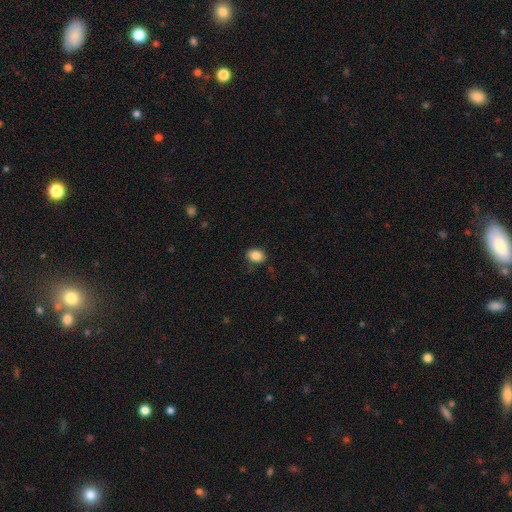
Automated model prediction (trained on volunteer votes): This is clearly a smooth galaxy (86%). How rounded: likely in between (73%). Merging: clearly none (81%).